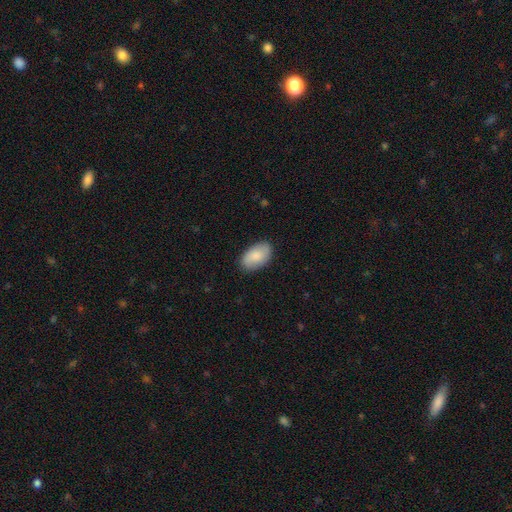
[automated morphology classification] Smooth or featured: smooth — 82% (featured or disk — 12%)
How rounded: in between — 94% (round — 4%)
Merging: none — 85% (minor disturbance — 12%)